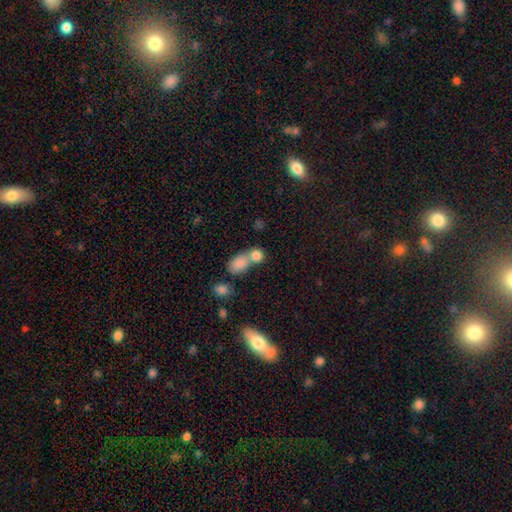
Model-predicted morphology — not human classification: smooth_or_featured: smooth (p=0.81) [alt: star or artifact p=0.10]
how_rounded: round (p=0.58) [alt: in between p=0.40]
merging: merger (p=0.60) [alt: none p=0.31]